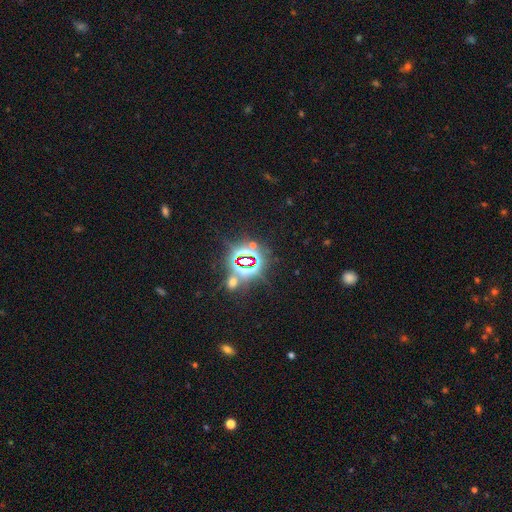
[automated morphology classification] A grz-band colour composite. It shows a star or artifact, not a galaxy (81%).